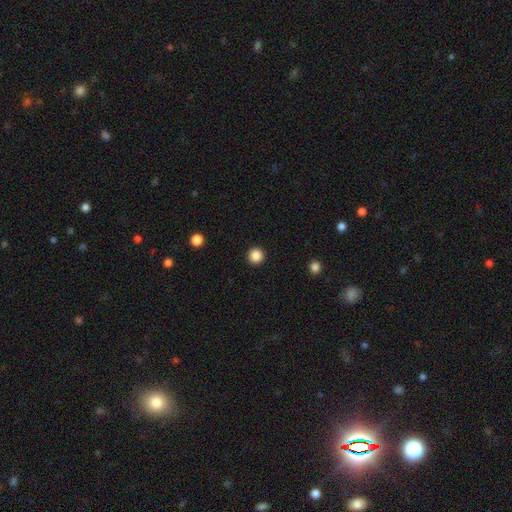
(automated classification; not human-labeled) Q: Smooth or featured?
A: smooth (87%); runner-up: star or artifact (11%)
Q: How rounded?
A: round (96%); runner-up: in between (3%)
Q: Merging?
A: none (94%); runner-up: minor disturbance (4%)